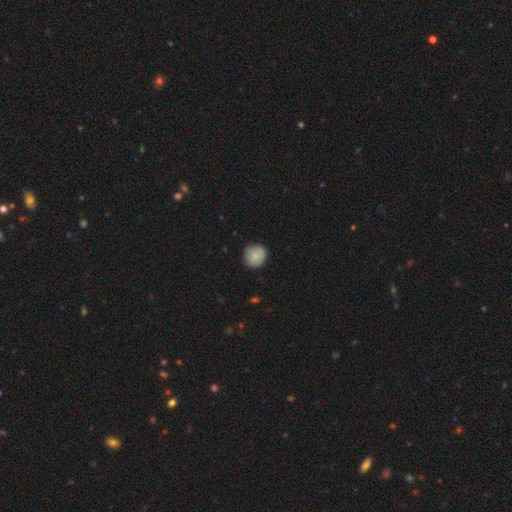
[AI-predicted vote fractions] smooth_or_featured: smooth (p=0.83) [alt: featured or disk p=0.10]
how_rounded: round (p=0.92) [alt: in between p=0.07]
merging: none (p=0.85) [alt: minor disturbance p=0.12]